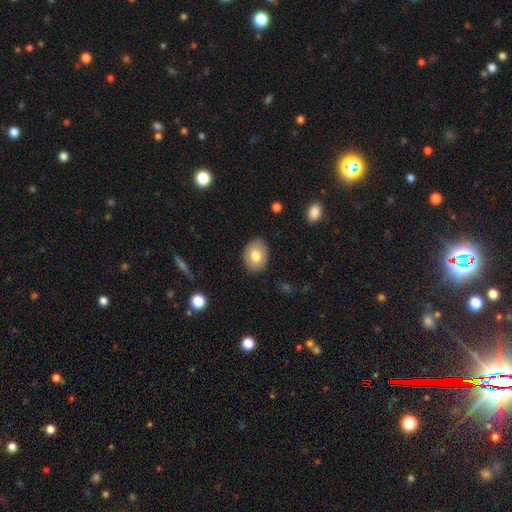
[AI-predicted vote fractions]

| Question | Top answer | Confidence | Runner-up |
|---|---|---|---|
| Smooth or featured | smooth | 77% | featured or disk (16%) |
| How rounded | in between | 66% | round (33%) |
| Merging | none | 87% | minor disturbance (9%) |